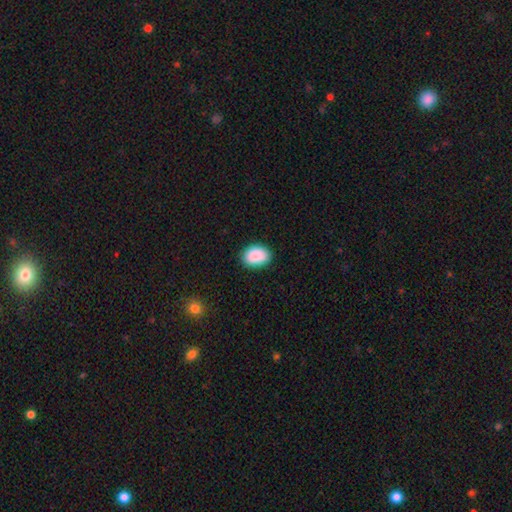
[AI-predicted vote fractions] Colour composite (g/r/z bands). It shows a smooth galaxy with no disk features (88%) that is in between round and cigar-shaped (80%). Merging: none (85%).